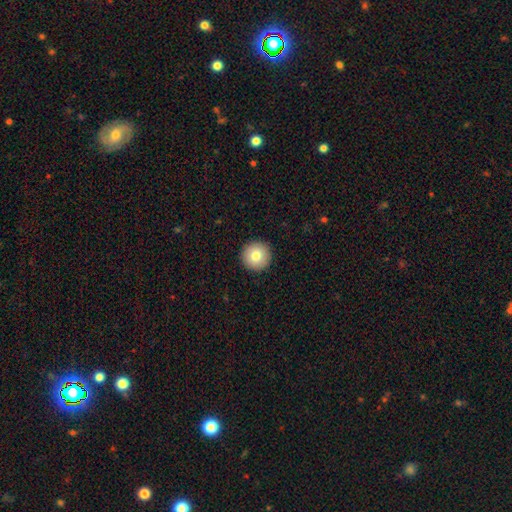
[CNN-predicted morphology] smooth_or_featured: smooth (p=0.79) [alt: featured or disk p=0.12]
how_rounded: round (p=0.96) [alt: in between p=0.03]
merging: none (p=0.93) [alt: minor disturbance p=0.05]